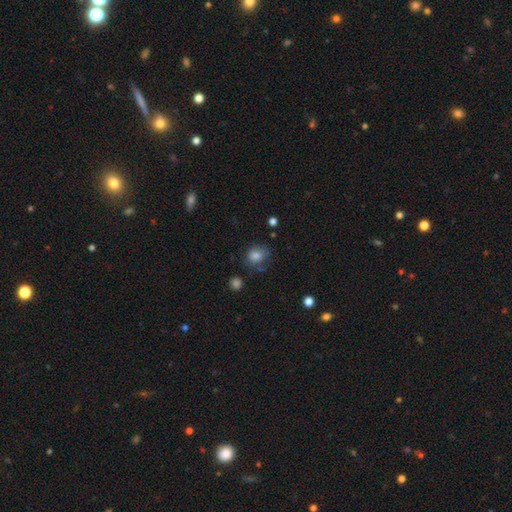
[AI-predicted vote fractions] Q: Smooth or featured?
A: smooth (80%); runner-up: star or artifact (10%)
Q: How rounded?
A: round (61%); runner-up: in between (38%)
Q: Merging?
A: none (58%); runner-up: minor disturbance (26%)